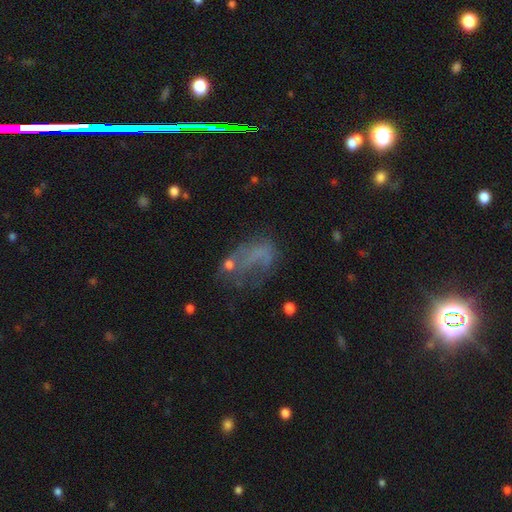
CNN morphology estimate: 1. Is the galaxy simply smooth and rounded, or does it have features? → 39% featured or disk, 36% smooth, 25% star or artifact.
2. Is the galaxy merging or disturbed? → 38% major disturbance, 33% none, 21% minor disturbance, 8% merger.